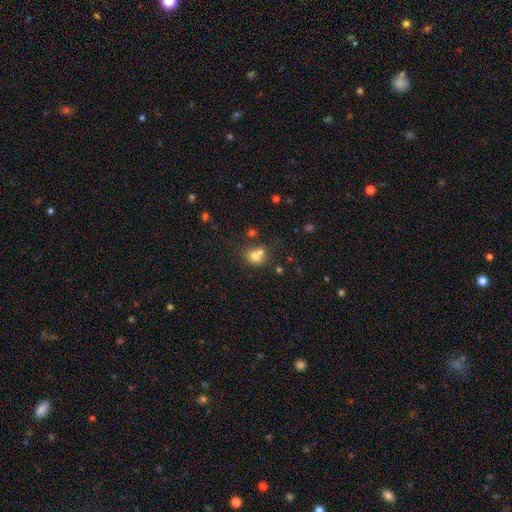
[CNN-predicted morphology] A smooth galaxy with no disk features (73%) that is round (69%).

Vote fractions:
- Smooth or featured? smooth: 73% / star or artifact: 14% / featured or disk: 13%
- How rounded? round: 69% / in between: 30% / cigar-shaped: 1%
- Merging? merger: 44% / none: 42% / minor disturbance: 10% / major disturbance: 4%